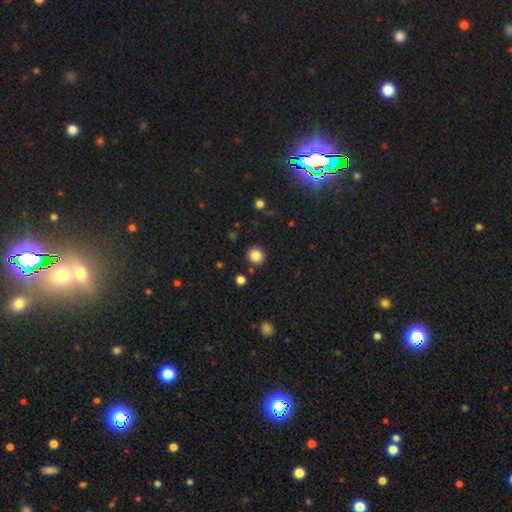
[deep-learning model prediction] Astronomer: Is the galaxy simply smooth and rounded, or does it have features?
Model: smooth — 85%.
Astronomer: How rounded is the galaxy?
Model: round — 88%.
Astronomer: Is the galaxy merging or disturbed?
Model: none — 86%.